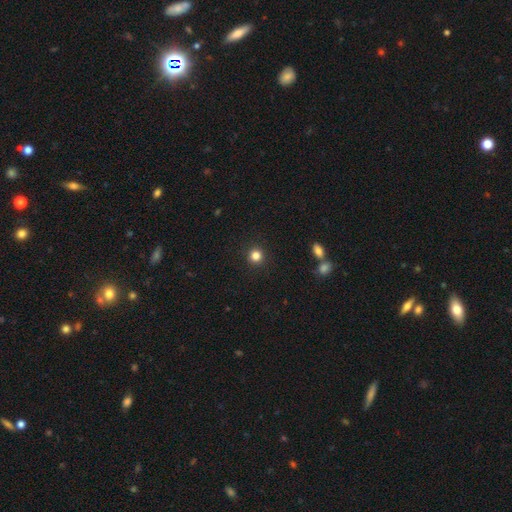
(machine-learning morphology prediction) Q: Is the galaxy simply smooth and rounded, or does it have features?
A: smooth — 83%.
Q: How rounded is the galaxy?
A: round — 94%.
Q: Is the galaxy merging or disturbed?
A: none — 92%.